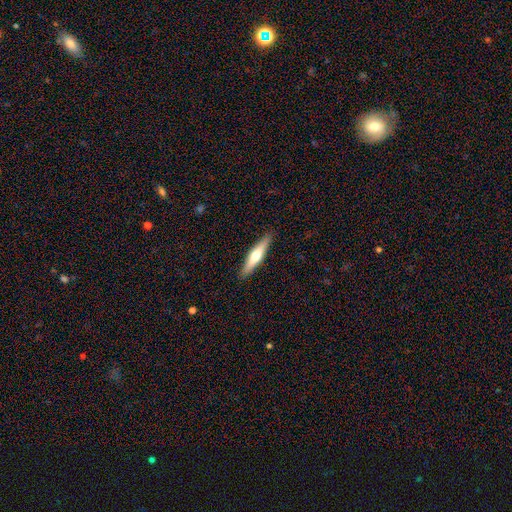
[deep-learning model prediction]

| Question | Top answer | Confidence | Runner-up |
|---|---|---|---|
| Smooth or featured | smooth | 49% | featured or disk (46%) |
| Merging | none | 90% | minor disturbance (8%) |